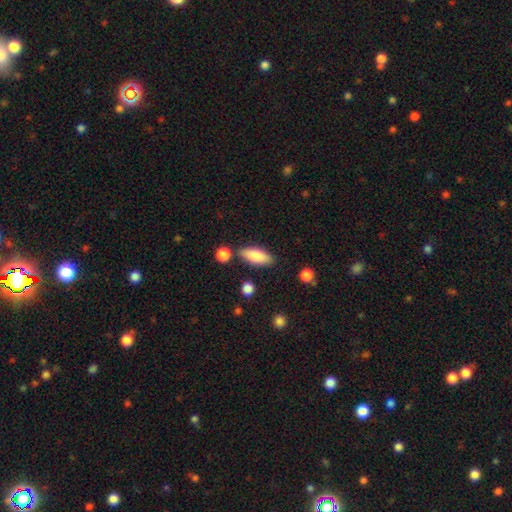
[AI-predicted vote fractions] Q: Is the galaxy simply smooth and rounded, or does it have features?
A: smooth — 82%.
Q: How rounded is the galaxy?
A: in between — 74%.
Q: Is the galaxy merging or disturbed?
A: none — 78%.